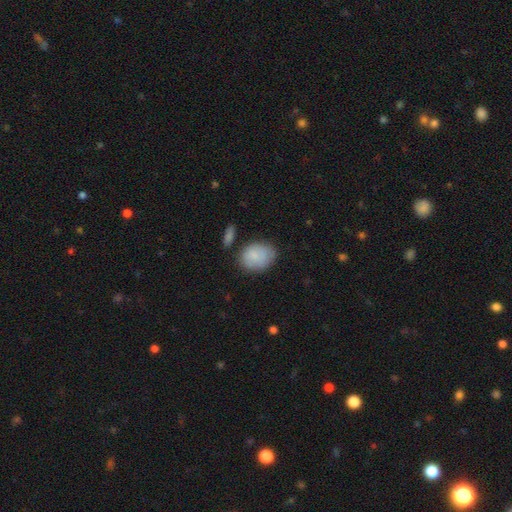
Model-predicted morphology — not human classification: Smooth or featured? smooth (83%)
How rounded? in between (71%)
Merging? none (66%)